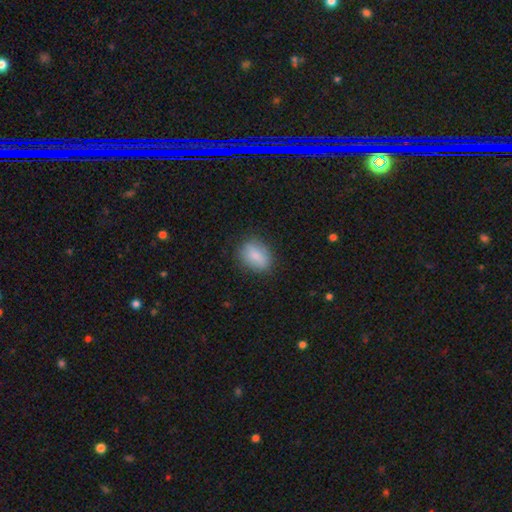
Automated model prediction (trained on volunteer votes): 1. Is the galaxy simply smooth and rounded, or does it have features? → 81% smooth, 12% featured or disk, 7% star or artifact.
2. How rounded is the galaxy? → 72% in between, 26% round, 2% cigar-shaped.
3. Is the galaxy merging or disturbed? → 78% none, 17% minor disturbance, 4% major disturbance, 1% merger.